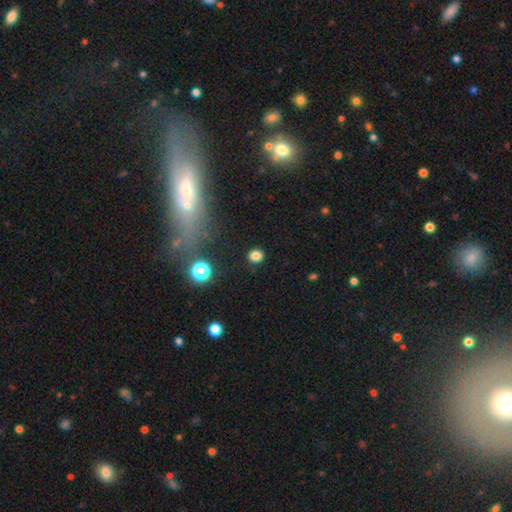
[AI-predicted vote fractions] This is clearly a smooth galaxy (81%). How rounded: clearly round (84%). Merging: clearly none (90%).